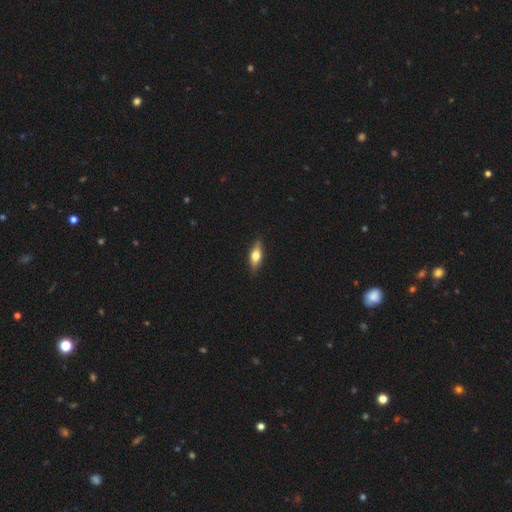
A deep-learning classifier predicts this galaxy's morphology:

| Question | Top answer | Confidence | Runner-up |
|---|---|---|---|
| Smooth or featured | smooth | 57% | featured or disk (37%) |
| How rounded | in between | 63% | cigar-shaped (33%) |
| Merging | none | 88% | minor disturbance (9%) |